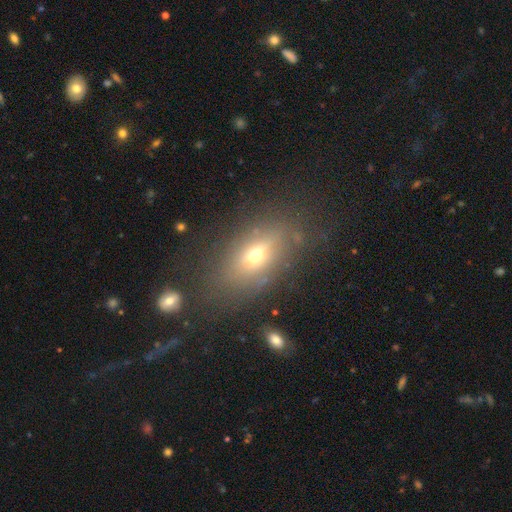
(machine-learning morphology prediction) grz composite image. It shows a smooth galaxy with no disk features (54%) that is in between round and cigar-shaped (73%). Merging: none (72%).